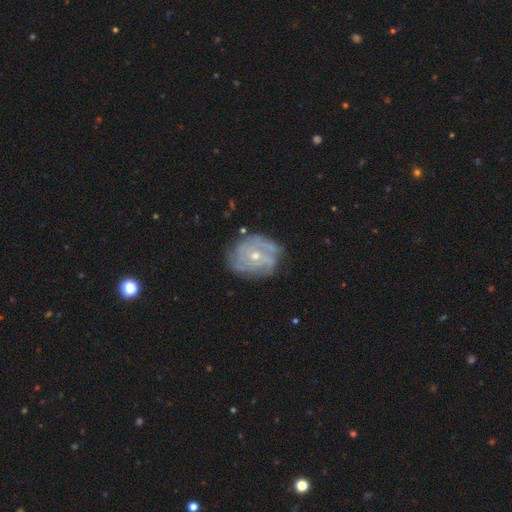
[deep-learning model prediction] Smooth or featured? featured or disk (82%)
Edge-on disk? no (97%)
Bar? no (69%)
Spiral arms? yes (89%)
Spiral winding? tight (59%)
Spiral arm count? can't tell (37%)
Bulge size? small (51%)
Merging? none (68%)